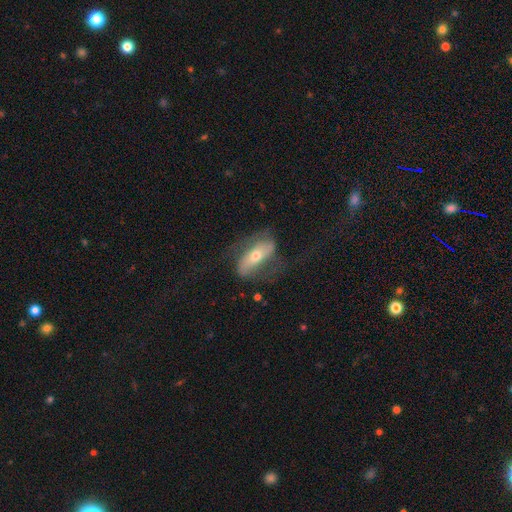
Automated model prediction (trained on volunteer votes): A featured or disk galaxy (68%) with a strong bar (49%), spiral arms (79%) and a moderate central bulge (49%).

Vote fractions:
- Smooth or featured? featured or disk: 68% / smooth: 25% / star or artifact: 7%
- Edge-on disk? no: 83% / yes: 17%
- Bar? strong: 49% / no: 27% / weak: 24%
- Spiral arms? yes: 79% / no: 21%
- Bulge size? moderate: 49% / small: 44% / large: 4% / dominant: 1% / none: 1%
- Merging? none: 58% / major disturbance: 22% / minor disturbance: 19% / merger: 2%